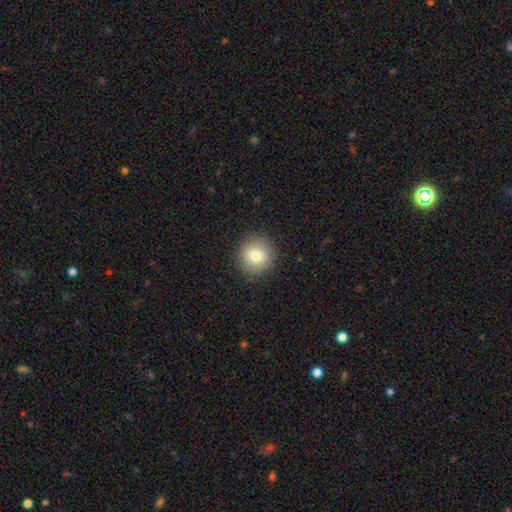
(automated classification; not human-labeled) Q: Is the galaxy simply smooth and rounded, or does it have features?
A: smooth — 80%.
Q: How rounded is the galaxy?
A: round — 93%.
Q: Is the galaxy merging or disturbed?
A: none — 91%.